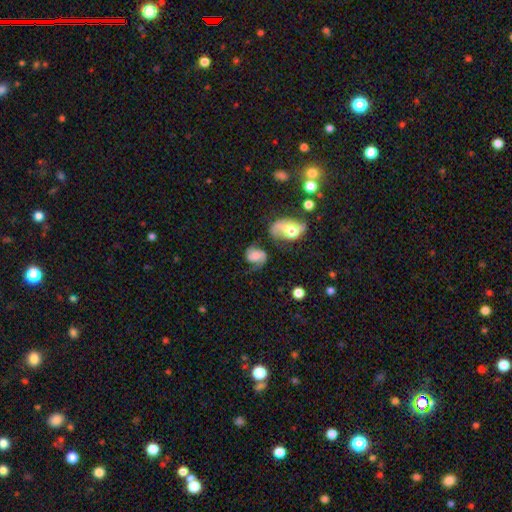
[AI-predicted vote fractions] This appears to be a featured or disk galaxy (61%) with no bar (61%), 2 (78%) medium (43%) spiral arms (91%) and no central bulge (41%). Merging: none (52%).